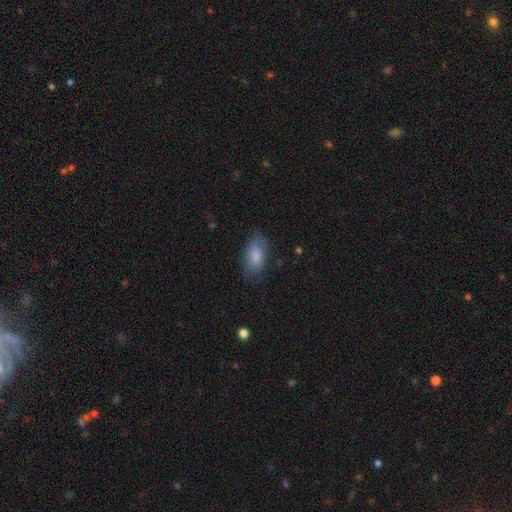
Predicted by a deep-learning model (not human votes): This is likely a smooth galaxy (76%). How rounded: clearly in between (91%). Merging: likely none (65%).